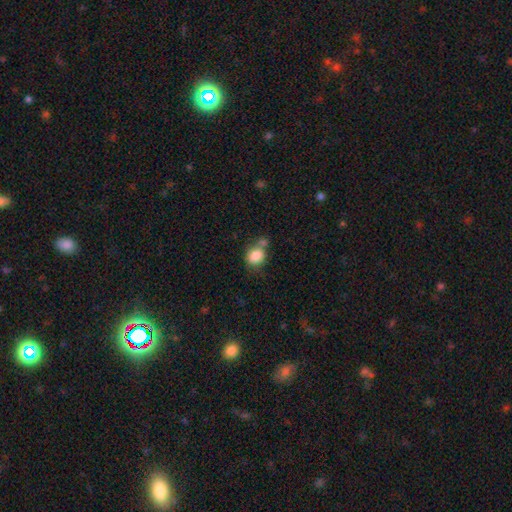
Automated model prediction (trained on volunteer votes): smooth-or-featured: smooth: 84% | star or artifact: 9% | featured or disk: 7%
  how-rounded: round: 66% | in between: 33% | cigar-shaped: 1%
  merging: none: 49% | merger: 26% | minor disturbance: 18% | major disturbance: 7%